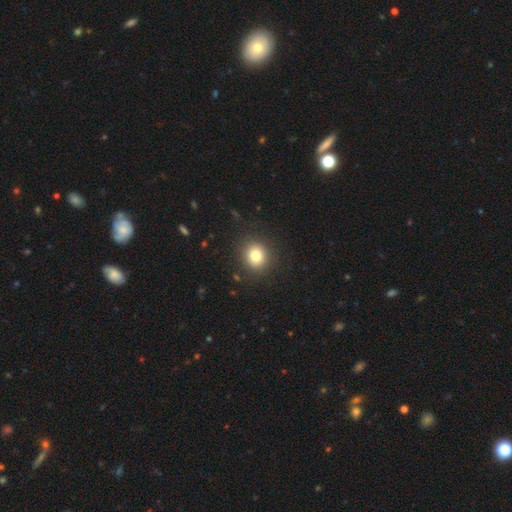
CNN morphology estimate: This is clearly a smooth galaxy (81%). How rounded: clearly round (82%). Merging: clearly none (88%).